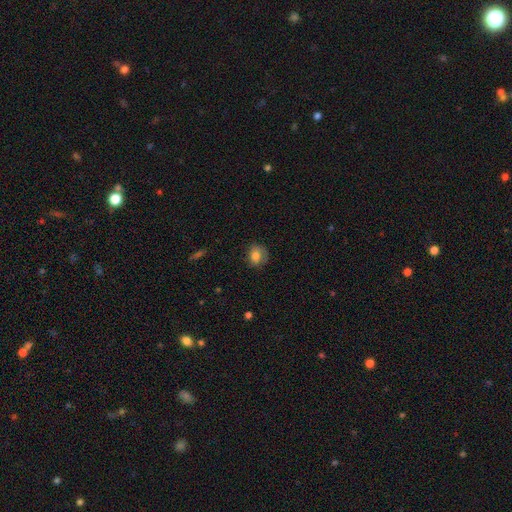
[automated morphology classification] Smooth or featured?
  - smooth: 76% *
  - featured or disk: 15%
  - star or artifact: 9%
How rounded?
  - round: 64% *
  - in between: 35%
  - cigar-shaped: 1%
Merging?
  - none: 65% *
  - minor disturbance: 24%
  - major disturbance: 10%
  - merger: 1%